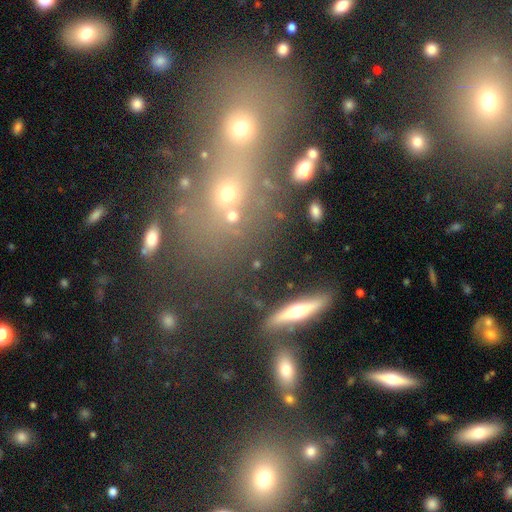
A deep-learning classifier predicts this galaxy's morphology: A smooth galaxy with no disk features (43%).

Vote fractions:
- Smooth or featured? smooth: 43% / star or artifact: 34% / featured or disk: 23%
- Merging? merger: 44% / none: 41% / minor disturbance: 9% / major disturbance: 6%